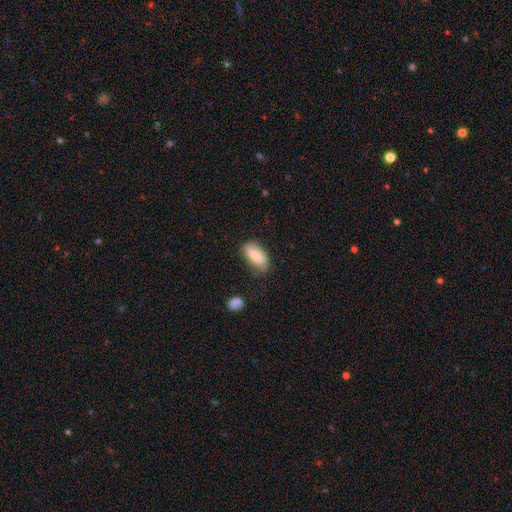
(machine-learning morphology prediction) Q: Smooth or featured?
A: smooth (77%); runner-up: featured or disk (16%)
Q: How rounded?
A: in between (90%); runner-up: cigar-shaped (7%)
Q: Merging?
A: none (72%); runner-up: minor disturbance (21%)